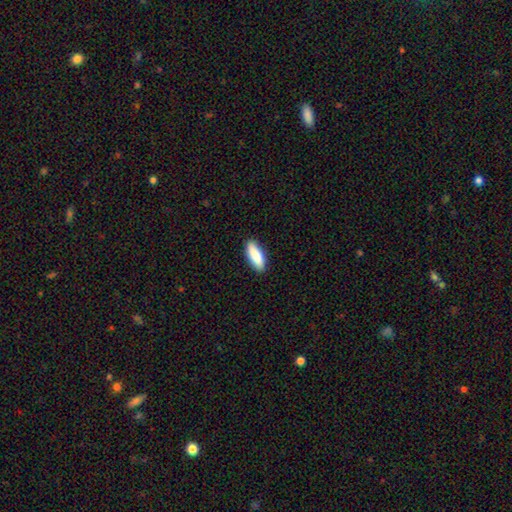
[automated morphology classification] The model was most divided on "how rounded": in between: 67%, cigar-shaped: 31%, round: 2%. More confident: merging — none (89%); smooth or featured — smooth (85%).